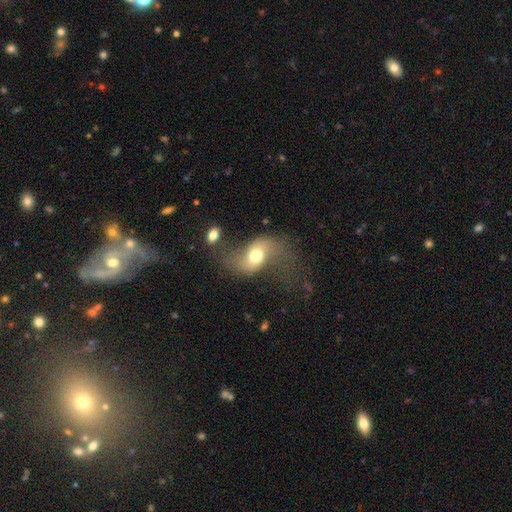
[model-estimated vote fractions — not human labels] Overall: featured or disk (49%; smooth 42%). Merging: none (35%, tied with major disturbance).